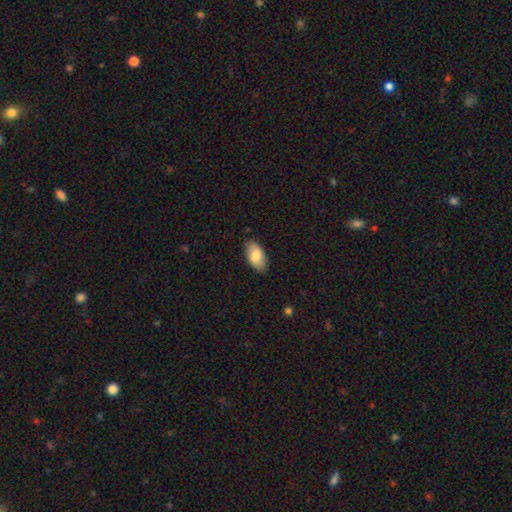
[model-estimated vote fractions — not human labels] Morphology: type=smooth (76%); roundness=in between (94%); merging=none (85%).